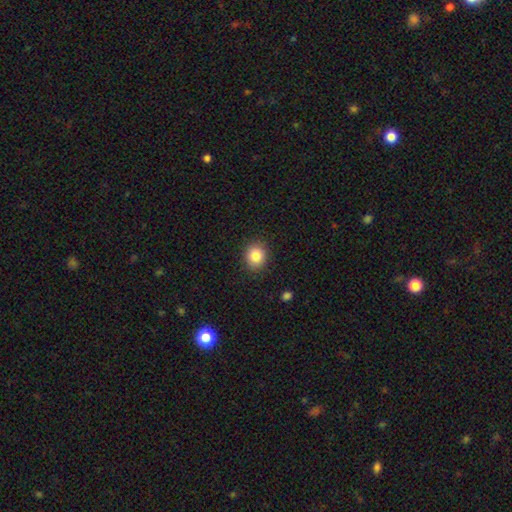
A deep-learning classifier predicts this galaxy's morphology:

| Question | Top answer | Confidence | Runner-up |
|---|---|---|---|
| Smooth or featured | smooth | 84% | star or artifact (10%) |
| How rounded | round | 76% | in between (24%) |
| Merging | none | 89% | minor disturbance (8%) |